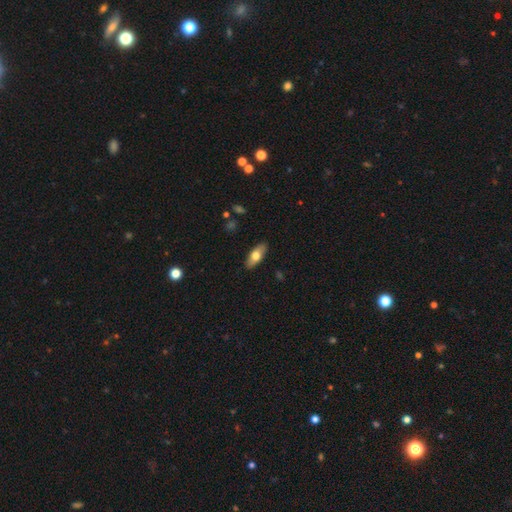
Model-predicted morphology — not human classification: type=smooth (68%); roundness=in between (81%); merging=none (88%).